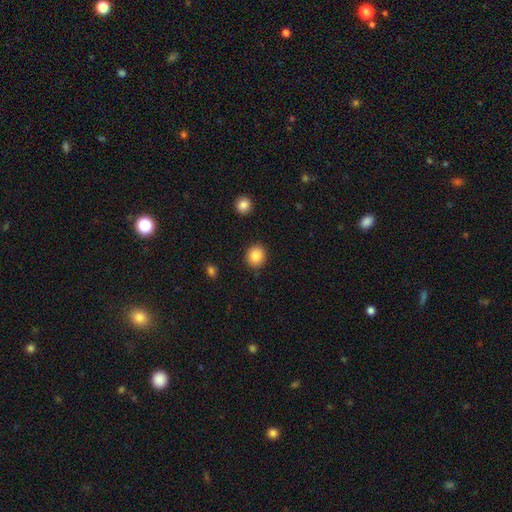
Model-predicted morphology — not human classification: This appears to be a smooth galaxy with no disk features (87%) that is round (79%). Merging: none (89%).